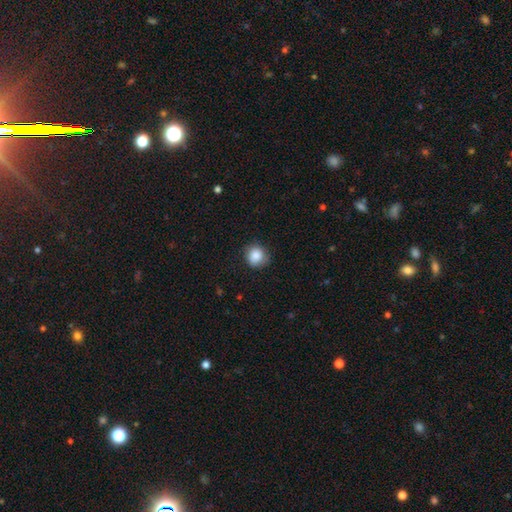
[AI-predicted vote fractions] Morphology: type=smooth (86%); roundness=round (86%); merging=none (77%).